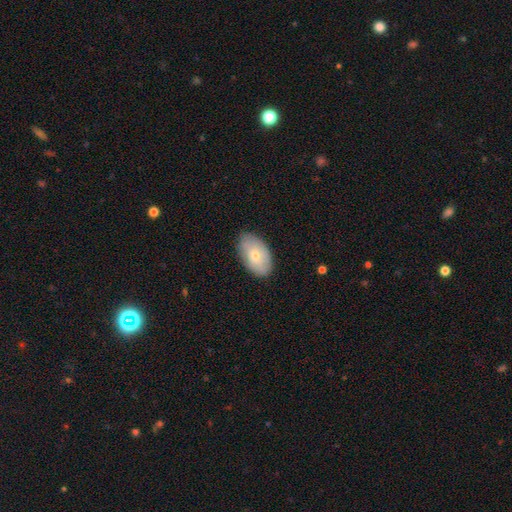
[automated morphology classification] type=smooth (69%); roundness=in between (93%); merging=none (83%).